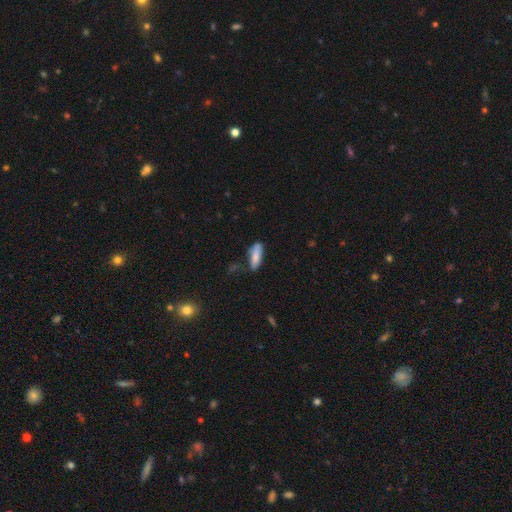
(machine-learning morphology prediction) The model was most divided on "how rounded": in between: 55%, cigar-shaped: 43%, round: 2%. More confident: smooth or featured — smooth (78%); merging — none (60%).